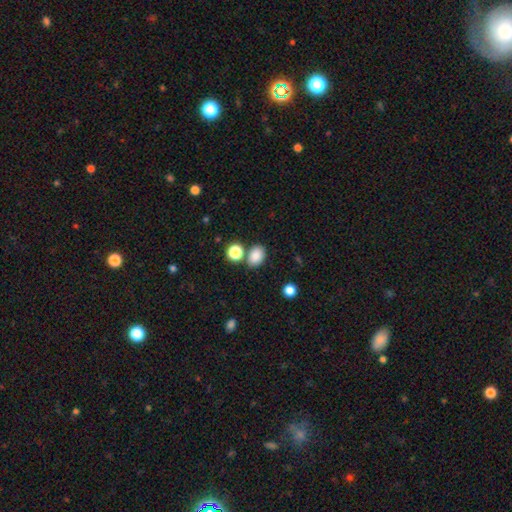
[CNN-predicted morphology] smooth-or-featured: smooth: 84% | star or artifact: 10% | featured or disk: 5%
  how-rounded: in between: 68% | round: 31% | cigar-shaped: 1%
  merging: none: 74% | merger: 12% | minor disturbance: 10% | major disturbance: 3%